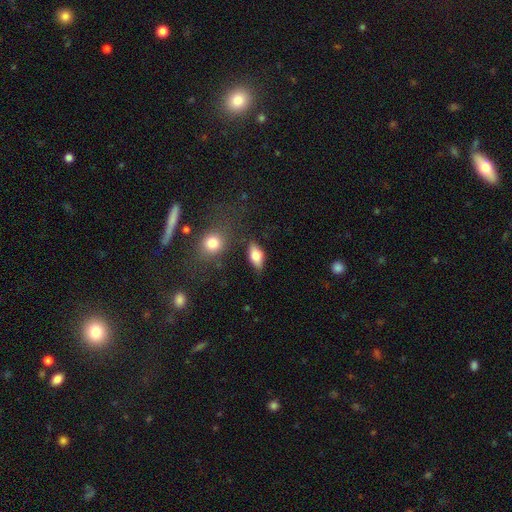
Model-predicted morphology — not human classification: type=smooth (73%); roundness=in between (85%); merging=none (75%).